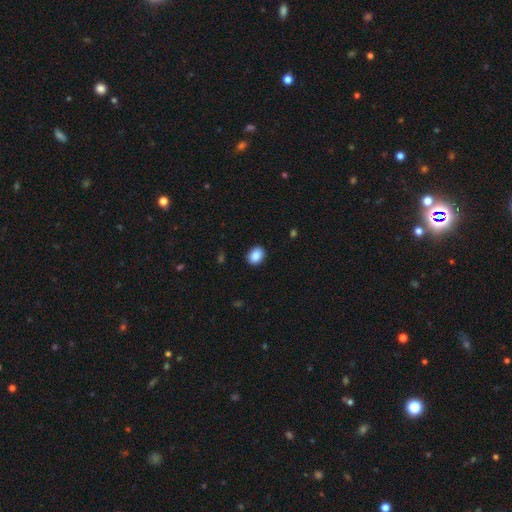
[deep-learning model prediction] This is clearly a smooth galaxy (89%). How rounded: possibly in between (57%). Merging: clearly none (88%).